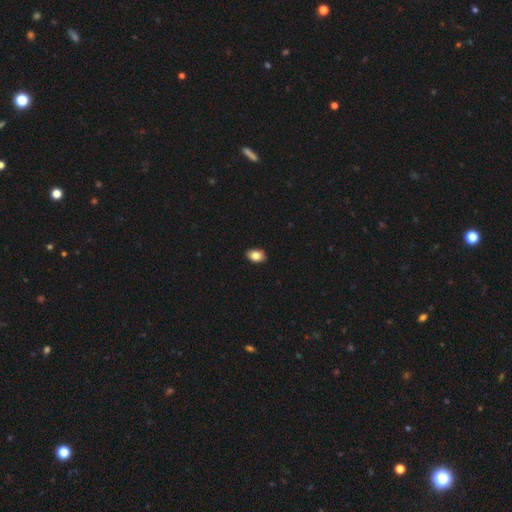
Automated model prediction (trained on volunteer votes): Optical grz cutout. It shows a smooth galaxy with no disk features (85%) that is in between round and cigar-shaped (85%). Merging: none (89%).